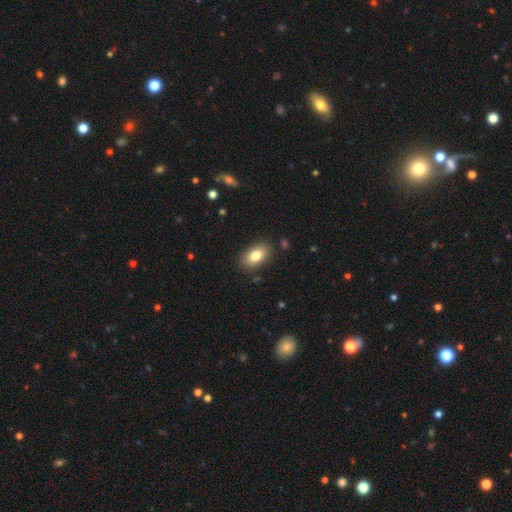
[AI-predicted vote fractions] A smooth galaxy with no disk features (82%) that is in between round and cigar-shaped (91%). Merging: none (86%).